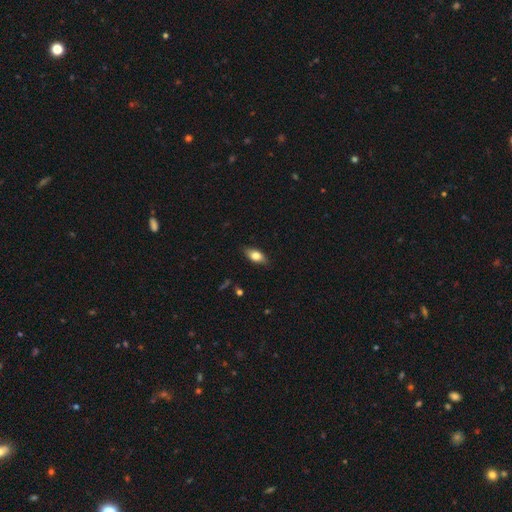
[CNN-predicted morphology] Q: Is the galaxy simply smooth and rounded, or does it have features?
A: smooth — 74%.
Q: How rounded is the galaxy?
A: in between — 84%.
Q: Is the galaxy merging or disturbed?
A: none — 83%.